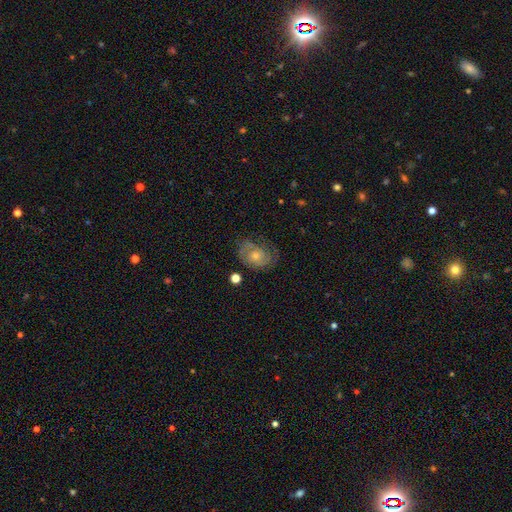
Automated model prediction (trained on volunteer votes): Smooth or featured: featured or disk — 72% (smooth — 17%)
Edge-on disk: no — 97% (yes — 3%)
Bar: no — 76% (weak — 21%)
Spiral arms: yes — 89% (no — 11%)
Spiral winding: tight — 54% (medium — 36%)
Spiral arm count: 2 — 54% (can't tell — 26%)
Bulge size: moderate — 48% (small — 47%)
Merging: none — 72% (minor disturbance — 18%)